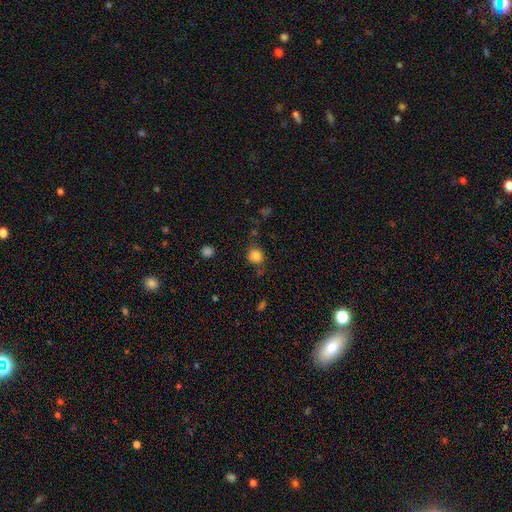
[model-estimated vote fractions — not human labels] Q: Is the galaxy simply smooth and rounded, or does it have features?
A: smooth — 82%.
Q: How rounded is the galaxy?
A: round — 86%.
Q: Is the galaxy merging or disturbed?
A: none — 70%.